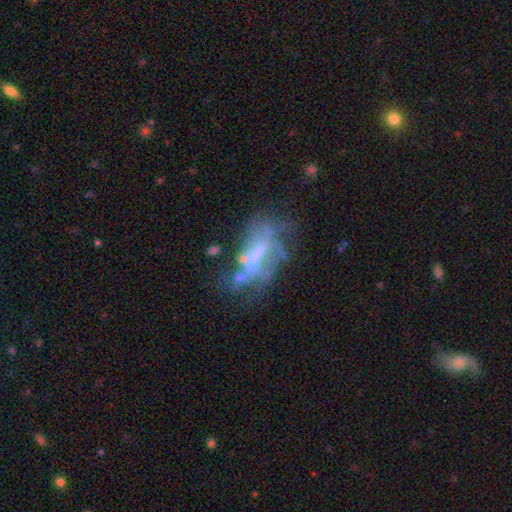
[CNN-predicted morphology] featured or disk 64%, smooth 23%, star or artifact 13%. Down the decision tree: edge-on disk — no (94%); bar — no (58%); spiral arms — no (72%); bulge size — none (43%); merging — none (35%).